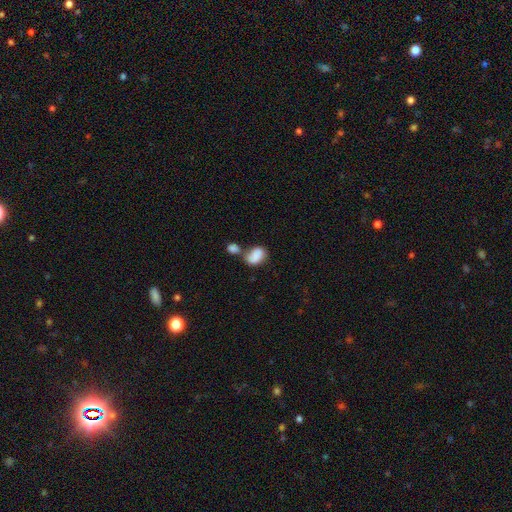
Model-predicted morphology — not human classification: smooth-or-featured: smooth: 82% | featured or disk: 10% | star or artifact: 8%
  how-rounded: in between: 83% | round: 16% | cigar-shaped: 1%
  merging: merger: 53% | none: 27% | minor disturbance: 13% | major disturbance: 7%